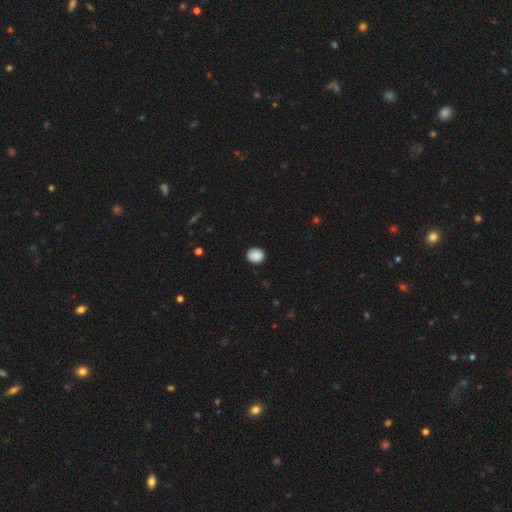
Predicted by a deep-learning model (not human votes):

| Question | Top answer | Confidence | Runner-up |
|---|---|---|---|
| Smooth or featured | smooth | 88% | star or artifact (8%) |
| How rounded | round | 78% | in between (21%) |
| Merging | none | 87% | minor disturbance (10%) |